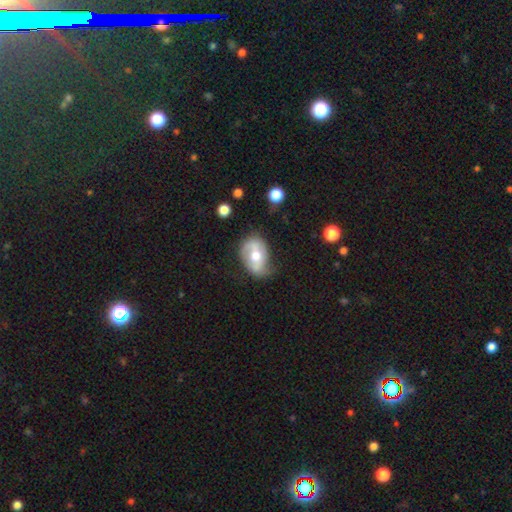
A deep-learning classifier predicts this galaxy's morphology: smooth-or-featured: featured or disk: 54% | smooth: 39% | star or artifact: 7%
  disk-edge-on: no: 94% | yes: 6%
    bar: no: 40% | weak: 35% | strong: 25%
    has-spiral-arms: yes: 58% | no: 42%
    bulge-size: moderate: 74% | small: 14% | large: 9% | dominant: 1% | none: 1%
  merging: none: 55% | minor disturbance: 30% | major disturbance: 13% | merger: 3%